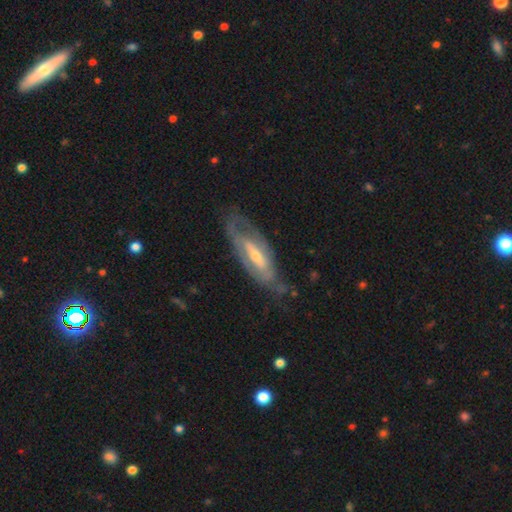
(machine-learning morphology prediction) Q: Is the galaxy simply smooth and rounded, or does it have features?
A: featured or disk — 76%.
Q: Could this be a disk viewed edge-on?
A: no — 81%.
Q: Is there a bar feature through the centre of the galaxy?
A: weak — 36%.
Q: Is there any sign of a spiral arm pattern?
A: yes — 70%.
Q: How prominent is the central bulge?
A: small — 51%.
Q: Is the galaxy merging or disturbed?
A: none — 60%.